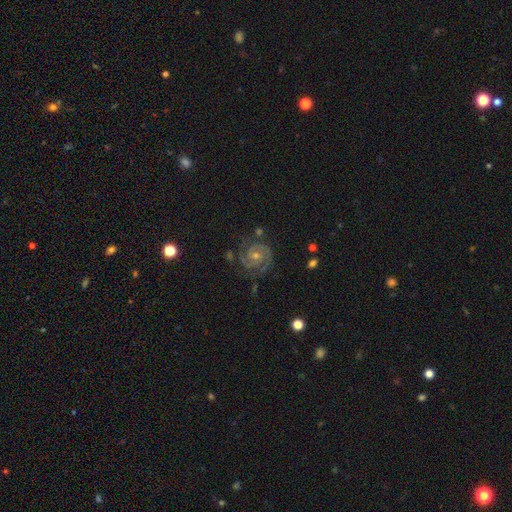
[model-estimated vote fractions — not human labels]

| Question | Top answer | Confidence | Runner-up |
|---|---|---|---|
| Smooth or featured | featured or disk | 88% | star or artifact (8%) |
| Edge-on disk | no | 98% | yes (2%) |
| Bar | no | 68% | weak (26%) |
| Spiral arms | yes | 98% | no (2%) |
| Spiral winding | tight | 69% | medium (28%) |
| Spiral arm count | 2 | 74% | 3 (12%) |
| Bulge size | small | 56% | moderate (39%) |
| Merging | none | 77% | minor disturbance (15%) |